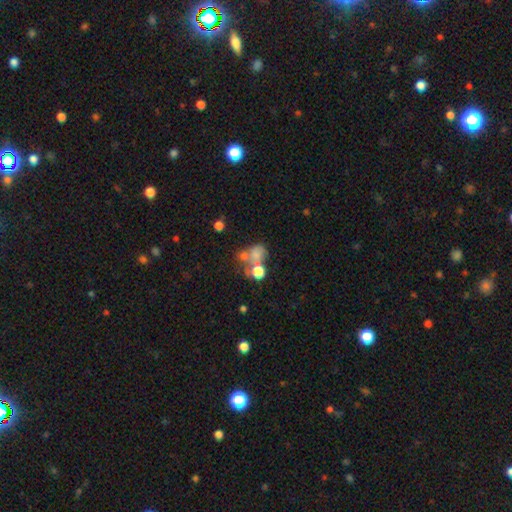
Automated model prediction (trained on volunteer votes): This is possibly a smooth galaxy (52%). How rounded: possibly in between (50%). Merging: marginally merger (44%).